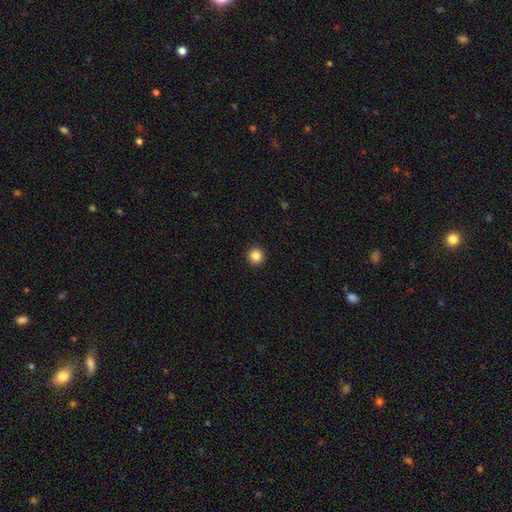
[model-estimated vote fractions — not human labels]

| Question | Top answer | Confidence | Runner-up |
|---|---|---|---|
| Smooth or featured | smooth | 85% | star or artifact (11%) |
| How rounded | round | 96% | in between (3%) |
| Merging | none | 94% | minor disturbance (4%) |